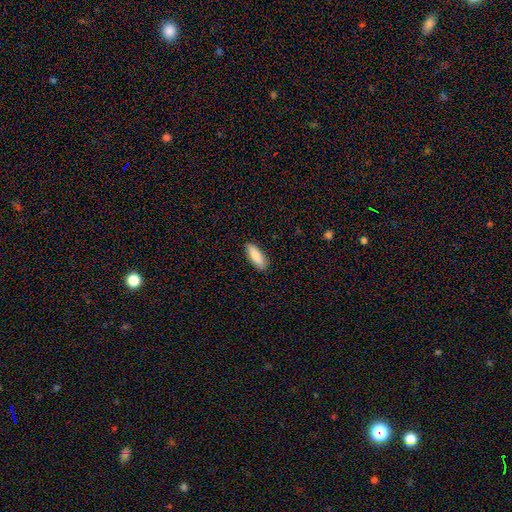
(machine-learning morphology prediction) Overall: smooth (83%). How rounded: in between (64%; cigar-shaped 34%). Merging: none (88%).